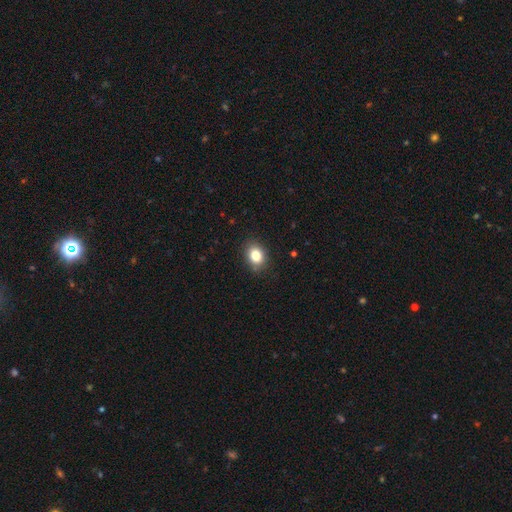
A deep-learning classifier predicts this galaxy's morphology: Smooth or featured?
  - smooth: 83% *
  - star or artifact: 10%
  - featured or disk: 7%
How rounded?
  - in between: 59% *
  - round: 40%
  - cigar-shaped: 1%
Merging?
  - none: 86% *
  - minor disturbance: 10%
  - major disturbance: 3%
  - merger: 1%